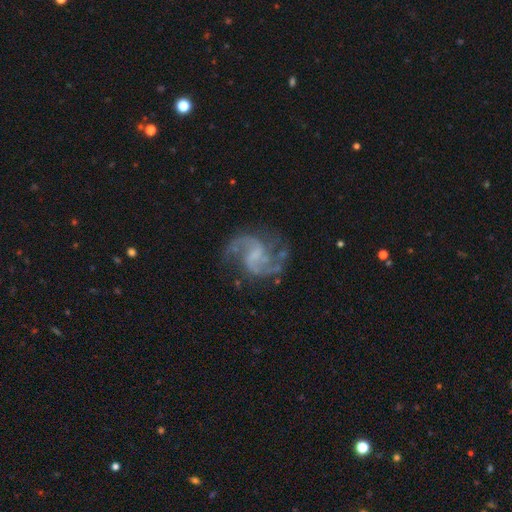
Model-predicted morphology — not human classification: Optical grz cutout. It shows a featured or disk galaxy (91%) with a weak bar (55%), 2 (89%) medium (53%) spiral arms (98%) and no central bulge (52%). Merging: none (72%).